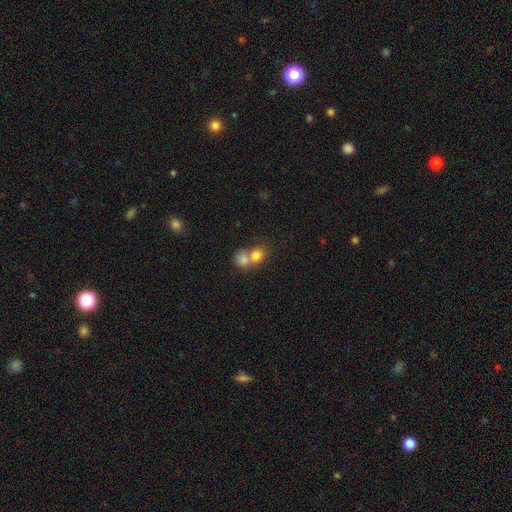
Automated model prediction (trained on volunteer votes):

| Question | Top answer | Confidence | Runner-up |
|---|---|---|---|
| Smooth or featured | smooth | 78% | featured or disk (11%) |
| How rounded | round | 71% | in between (28%) |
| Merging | merger | 61% | none (30%) |